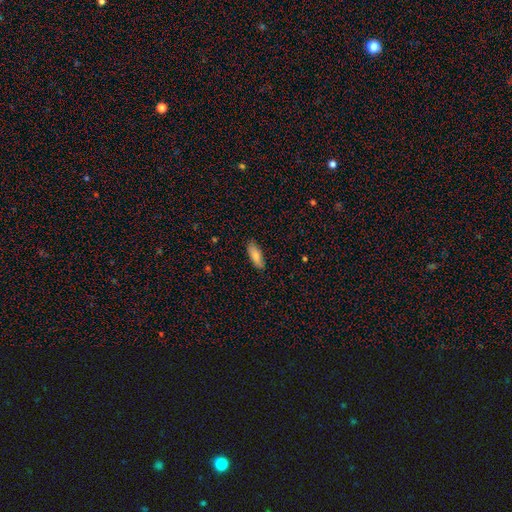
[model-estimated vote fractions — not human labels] Overall: smooth (79%). How rounded: in between (72%). Merging: none (87%).